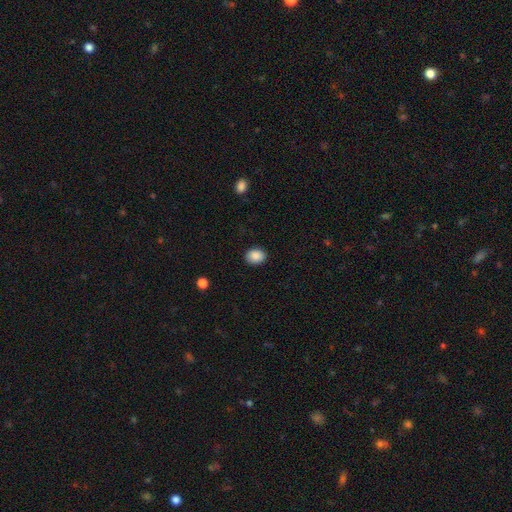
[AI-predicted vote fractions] smooth-or-featured: smooth: 89% | star or artifact: 8% | featured or disk: 3%
  how-rounded: in between: 55% | round: 44% | cigar-shaped: 1%
  merging: none: 88% | minor disturbance: 8% | major disturbance: 2% | merger: 1%